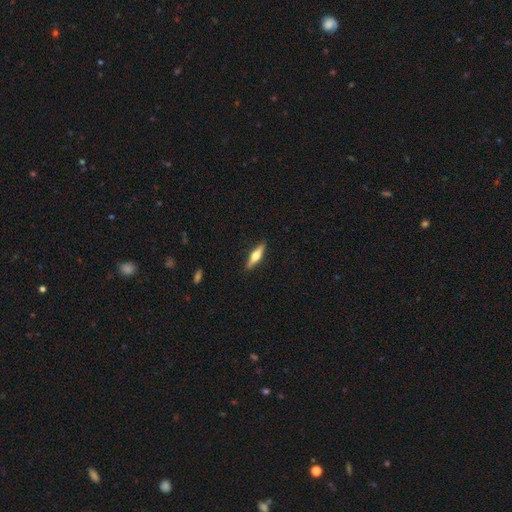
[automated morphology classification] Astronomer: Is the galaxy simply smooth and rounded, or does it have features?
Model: featured or disk — 54% (runner-up: smooth, 40%).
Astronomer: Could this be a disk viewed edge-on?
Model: yes — 95%.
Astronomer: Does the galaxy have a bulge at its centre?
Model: rounded — 93%.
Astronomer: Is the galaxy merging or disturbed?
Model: none — 90%.